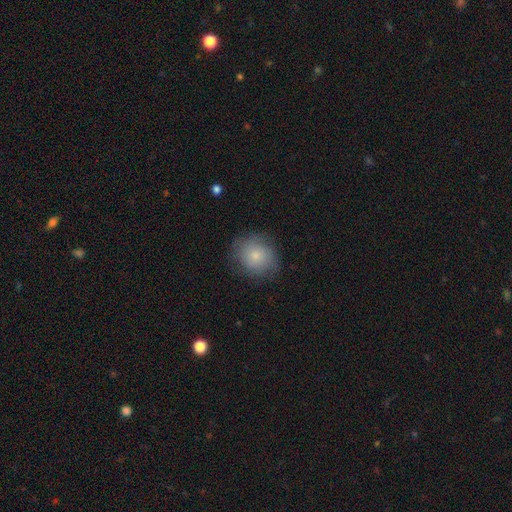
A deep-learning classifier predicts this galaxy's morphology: smooth-or-featured: smooth: 77% | featured or disk: 15% | star or artifact: 8%
  how-rounded: round: 74% | in between: 25% | cigar-shaped: 1%
  merging: none: 75% | minor disturbance: 18% | major disturbance: 6% | merger: 1%